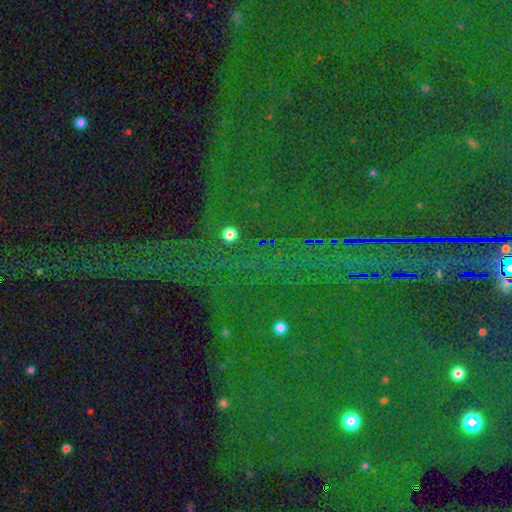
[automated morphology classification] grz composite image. It shows a star or artifact, not a galaxy (86%).